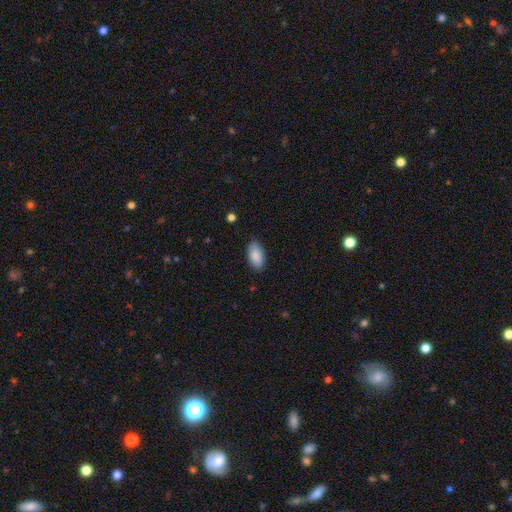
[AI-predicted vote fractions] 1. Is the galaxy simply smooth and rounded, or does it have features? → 88% smooth, 6% star or artifact, 6% featured or disk.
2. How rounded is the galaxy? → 94% in between, 4% cigar-shaped, 2% round.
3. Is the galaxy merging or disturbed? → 85% none, 12% minor disturbance, 2% major disturbance, 1% merger.